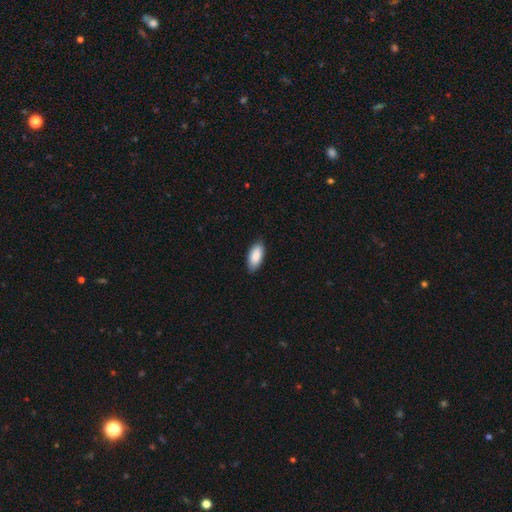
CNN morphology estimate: smooth-or-featured: smooth: 89% | star or artifact: 5% | featured or disk: 5%
  how-rounded: in between: 90% | cigar-shaped: 8% | round: 2%
  merging: none: 86% | minor disturbance: 11% | major disturbance: 2% | merger: 1%